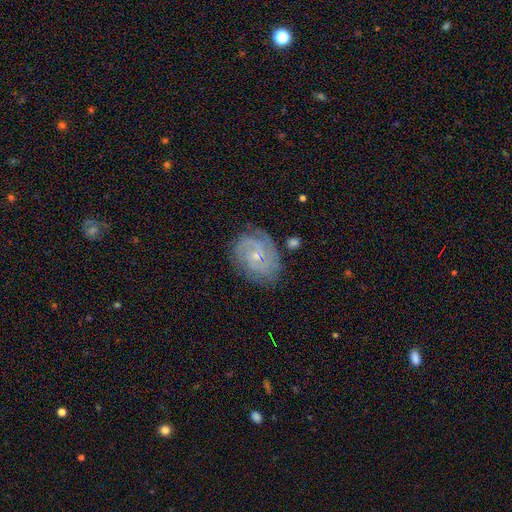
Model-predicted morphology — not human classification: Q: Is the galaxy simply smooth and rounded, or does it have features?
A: featured or disk — 80%.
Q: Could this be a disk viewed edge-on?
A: no — 97%.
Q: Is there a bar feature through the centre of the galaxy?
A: no — 53%.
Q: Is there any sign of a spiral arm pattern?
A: yes — 95%.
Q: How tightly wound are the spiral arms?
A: tight — 67%.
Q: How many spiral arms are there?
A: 2 — 36%.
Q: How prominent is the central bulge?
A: small — 59%.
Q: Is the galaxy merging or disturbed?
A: none — 77%.